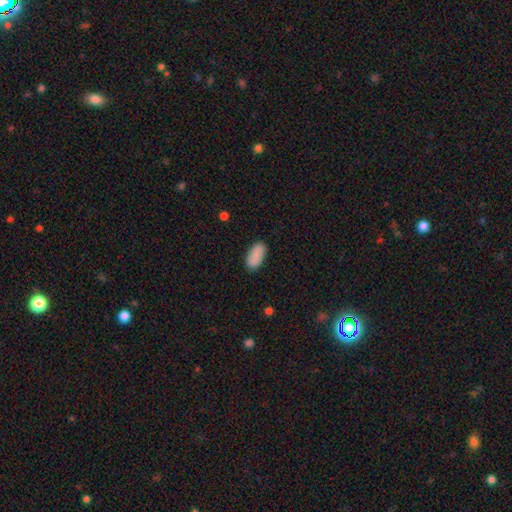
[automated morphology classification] type=smooth (84%); roundness=in between (92%); merging=none (85%).